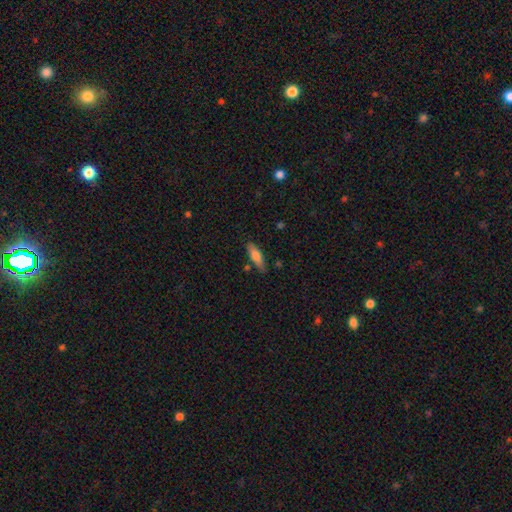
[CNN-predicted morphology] Overall: smooth (71%). How rounded: cigar-shaped (57%; in between 41%). Merging: none (78%).